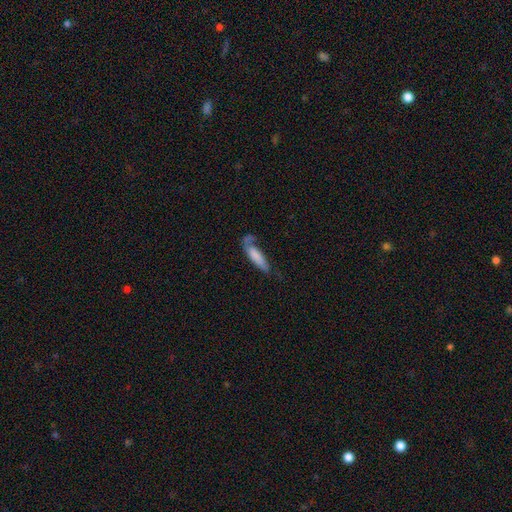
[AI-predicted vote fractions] A smooth galaxy with no disk features (70%) that is cigar-shaped (55%). Merging: none (35%).